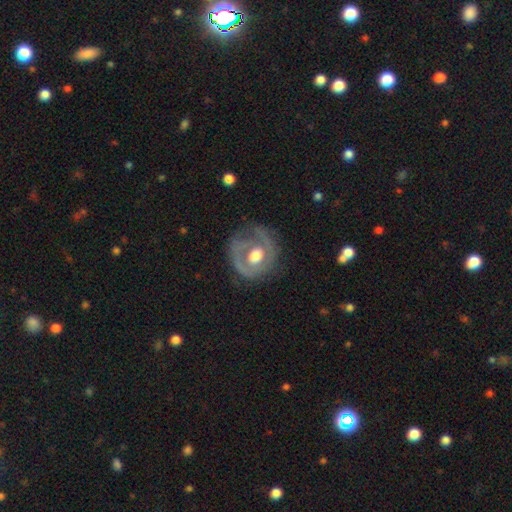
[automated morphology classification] type=featured or disk (68%); edge-on=no (96%); bar=no (77%); spiral arms=yes (54%); bulge=moderate (60%); merging=none (56%).